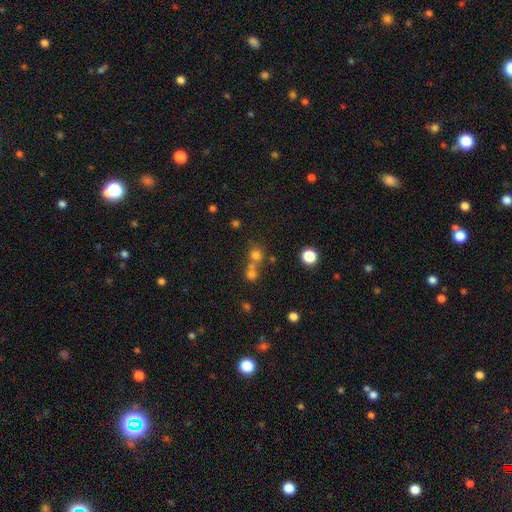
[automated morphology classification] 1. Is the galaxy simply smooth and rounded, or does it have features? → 69% smooth, 20% star or artifact, 11% featured or disk.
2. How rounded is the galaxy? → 87% round, 12% in between, 1% cigar-shaped.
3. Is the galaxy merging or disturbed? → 48% none, 42% merger, 6% minor disturbance, 4% major disturbance.